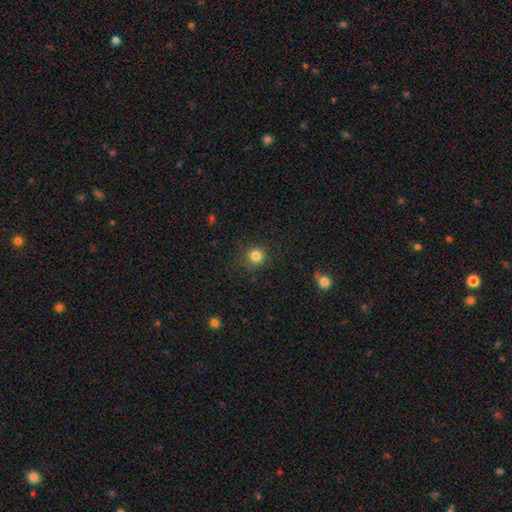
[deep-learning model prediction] smooth-or-featured: smooth: 82% | star or artifact: 12% | featured or disk: 5%
  how-rounded: round: 93% | in between: 6% | cigar-shaped: 1%
  merging: none: 86% | minor disturbance: 9% | major disturbance: 3% | merger: 1%